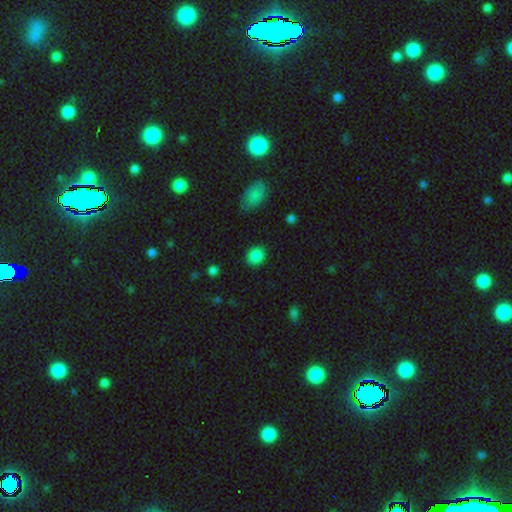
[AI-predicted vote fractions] Smooth or featured?
  - smooth: 87% *
  - star or artifact: 9%
  - featured or disk: 3%
How rounded?
  - round: 69% *
  - in between: 30%
  - cigar-shaped: 1%
Merging?
  - none: 88% *
  - minor disturbance: 8%
  - major disturbance: 3%
  - merger: 1%